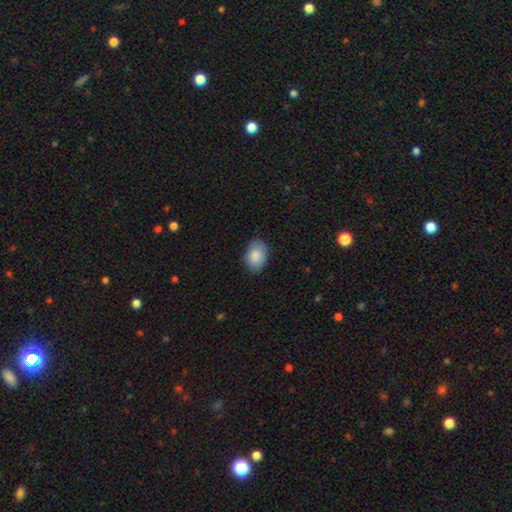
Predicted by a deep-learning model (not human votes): This is clearly a smooth galaxy (85%). How rounded: clearly in between (83%). Merging: likely none (77%).